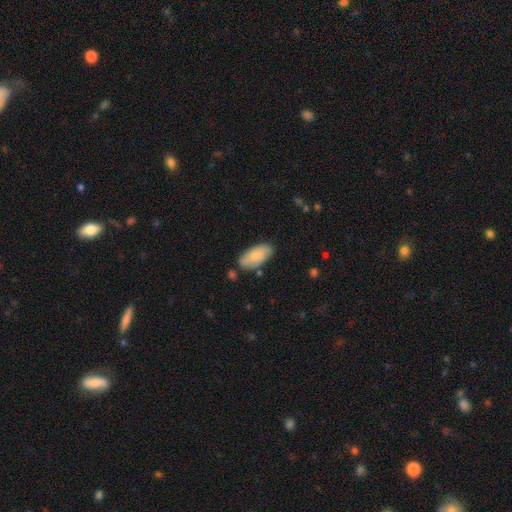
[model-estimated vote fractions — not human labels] This appears to be a smooth galaxy with no disk features (78%) that is in between round and cigar-shaped (92%). Merging: none (77%).